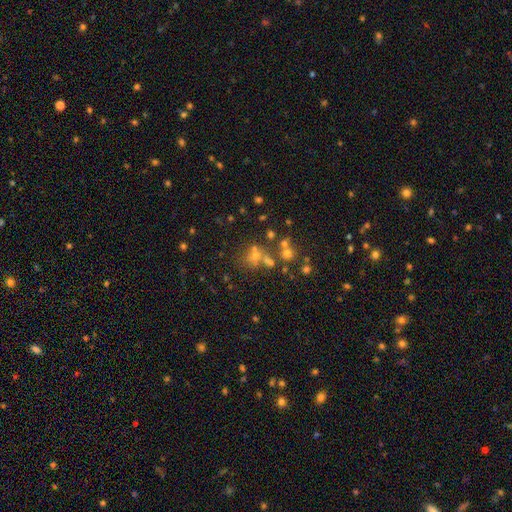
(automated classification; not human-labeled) smooth_or_featured: smooth (p=0.41) [alt: star or artifact p=0.39]
merging: none (p=0.55) [alt: merger p=0.28]